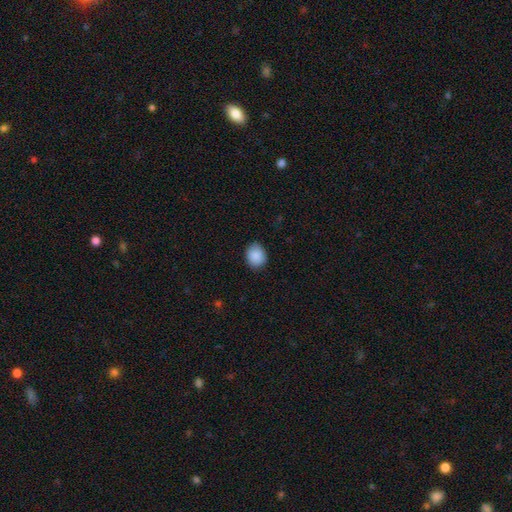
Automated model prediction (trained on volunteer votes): A smooth galaxy with no disk features (89%) that is round (58%).

Vote fractions:
- Smooth or featured? smooth: 89% / star or artifact: 7% / featured or disk: 3%
- How rounded? round: 58% / in between: 41% / cigar-shaped: 1%
- Merging? none: 85% / minor disturbance: 12% / major disturbance: 2% / merger: 1%